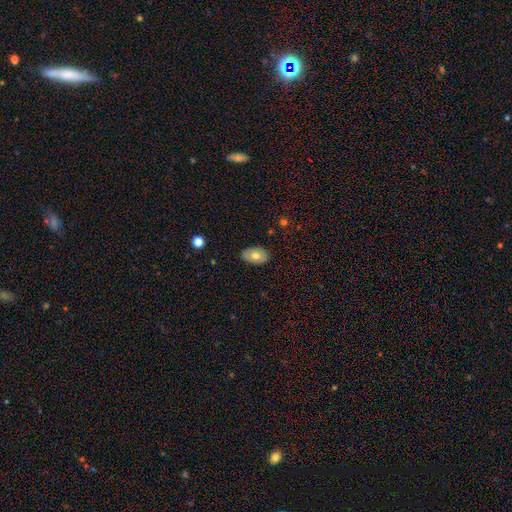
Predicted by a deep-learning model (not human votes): smooth 67%, featured or disk 26%, star or artifact 7%. Down the decision tree: how rounded — in between (89%); merging — none (82%).